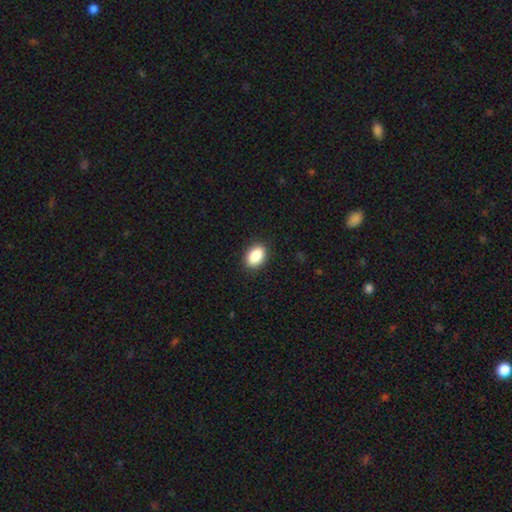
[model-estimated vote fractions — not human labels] smooth_or_featured: smooth (p=0.88) [alt: star or artifact p=0.08]
how_rounded: in between (p=0.85) [alt: round p=0.14]
merging: none (p=0.89) [alt: minor disturbance p=0.08]